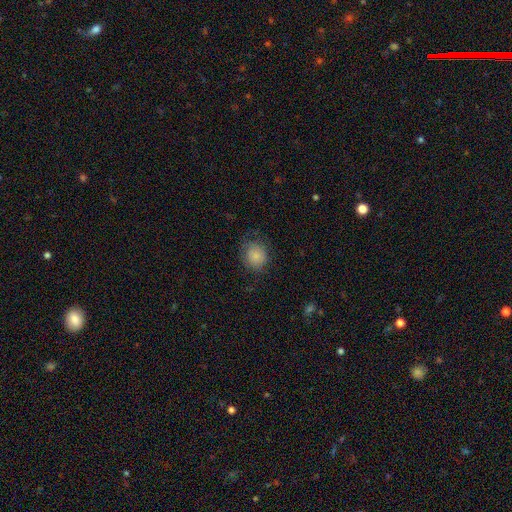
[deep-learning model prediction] Q: Smooth or featured?
A: smooth (84%); runner-up: star or artifact (9%)
Q: How rounded?
A: round (79%); runner-up: in between (20%)
Q: Merging?
A: none (75%); runner-up: minor disturbance (18%)